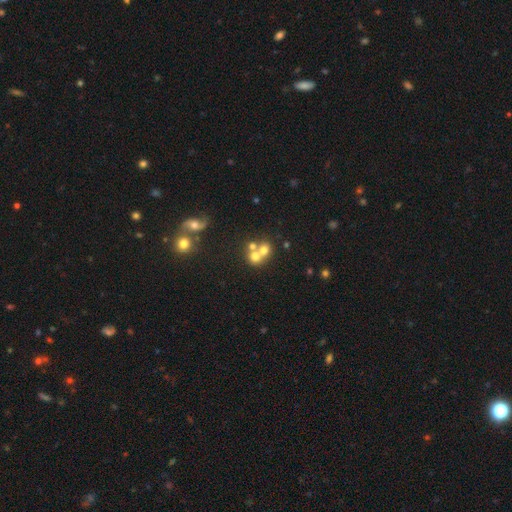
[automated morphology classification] A smooth galaxy with no disk features (63%) that is round (78%).

Vote fractions:
- Smooth or featured? smooth: 63% / featured or disk: 23% / star or artifact: 14%
- How rounded? round: 78% / in between: 21% / cigar-shaped: 1%
- Merging? merger: 55% / none: 35% / minor disturbance: 7% / major disturbance: 4%